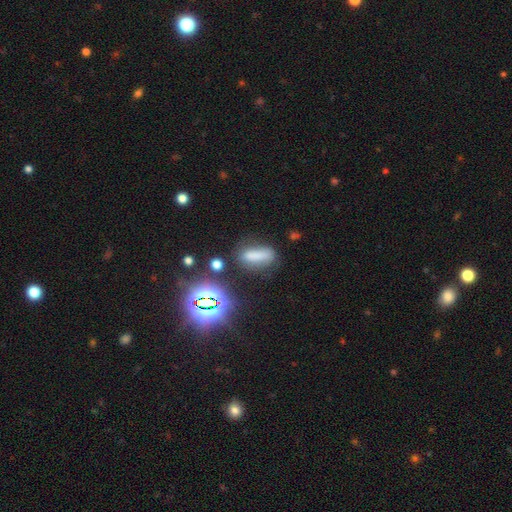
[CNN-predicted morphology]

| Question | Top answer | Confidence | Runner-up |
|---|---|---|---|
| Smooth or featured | smooth | 70% | star or artifact (17%) |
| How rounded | in between | 56% | cigar-shaped (39%) |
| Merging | none | 63% | minor disturbance (20%) |